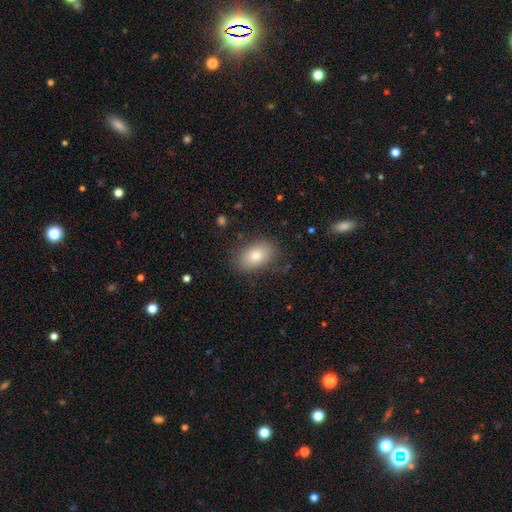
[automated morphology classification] Smooth or featured? smooth (82%)
How rounded? in between (88%)
Merging? none (82%)